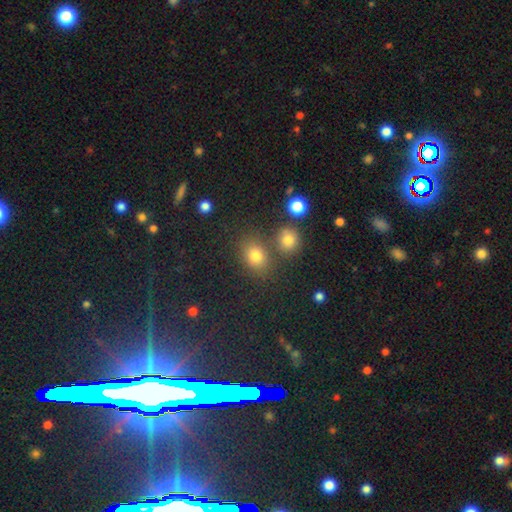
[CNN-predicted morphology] Smooth or featured? Predicted: smooth (p=0.75). How rounded? Predicted: round (p=0.55). Merging? Predicted: none (p=0.71).